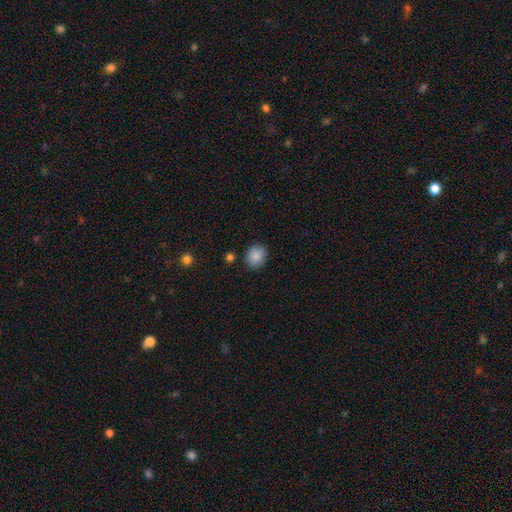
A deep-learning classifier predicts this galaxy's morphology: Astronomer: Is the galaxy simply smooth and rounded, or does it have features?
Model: smooth — 88%.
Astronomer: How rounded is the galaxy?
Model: round — 71%.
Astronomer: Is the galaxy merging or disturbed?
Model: none — 87%.